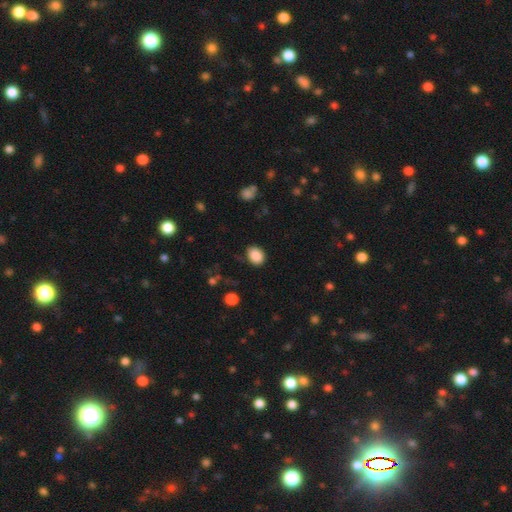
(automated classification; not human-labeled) smooth_or_featured: smooth (p=0.88) [alt: star or artifact p=0.08]
how_rounded: in between (p=0.58) [alt: round p=0.41]
merging: none (p=0.82) [alt: minor disturbance p=0.13]